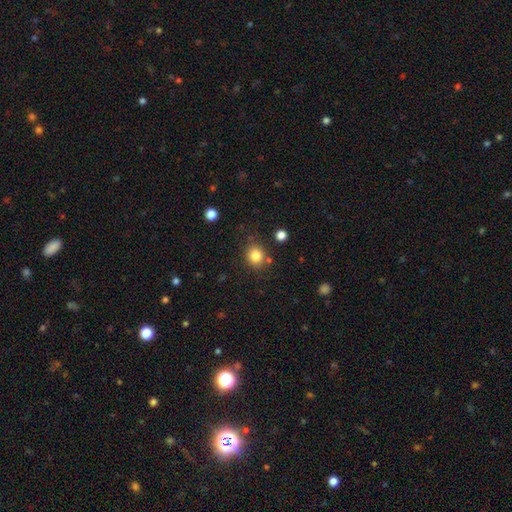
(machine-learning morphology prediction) Q: Smooth or featured?
A: smooth (83%); runner-up: star or artifact (11%)
Q: How rounded?
A: round (77%); runner-up: in between (23%)
Q: Merging?
A: none (78%); runner-up: minor disturbance (12%)